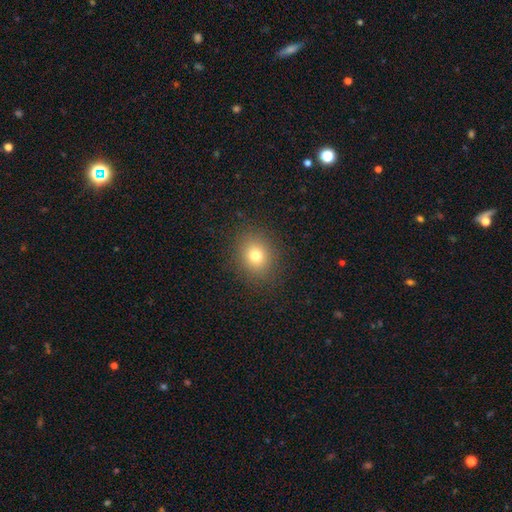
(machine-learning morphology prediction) This is likely a smooth galaxy (76%). How rounded: likely round (62%). Merging: clearly none (88%).